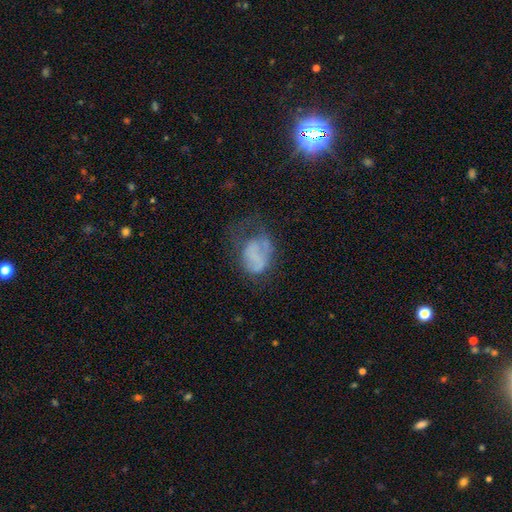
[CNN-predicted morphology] The model was most divided on "smooth or featured": smooth: 49%, featured or disk: 38%, star or artifact: 14%. Remaining: merging — major disturbance (44%).